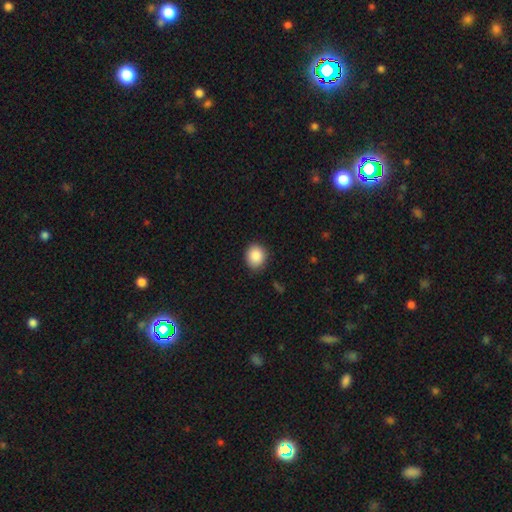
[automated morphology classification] This appears to be a smooth galaxy with no disk features (88%) that is round (73%). Merging: none (85%).